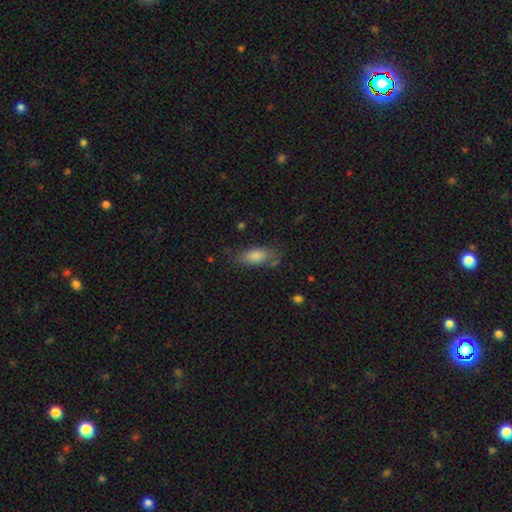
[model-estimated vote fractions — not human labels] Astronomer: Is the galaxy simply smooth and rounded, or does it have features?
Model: smooth — 80%.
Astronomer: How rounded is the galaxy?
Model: in between — 79%.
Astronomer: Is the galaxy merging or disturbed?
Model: none — 69%.